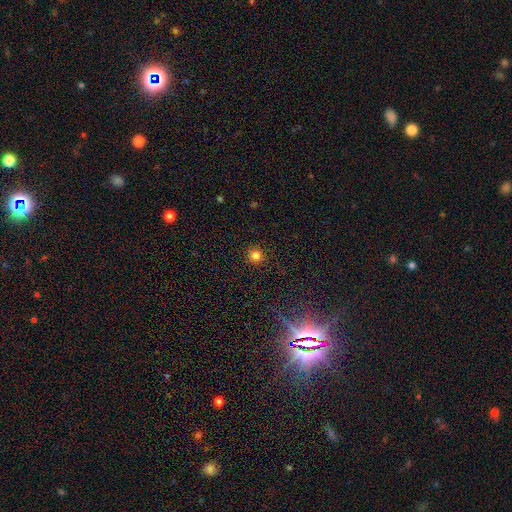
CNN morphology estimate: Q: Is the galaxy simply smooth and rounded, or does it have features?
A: smooth — 80%.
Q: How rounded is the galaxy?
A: round — 94%.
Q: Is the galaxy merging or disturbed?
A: none — 92%.